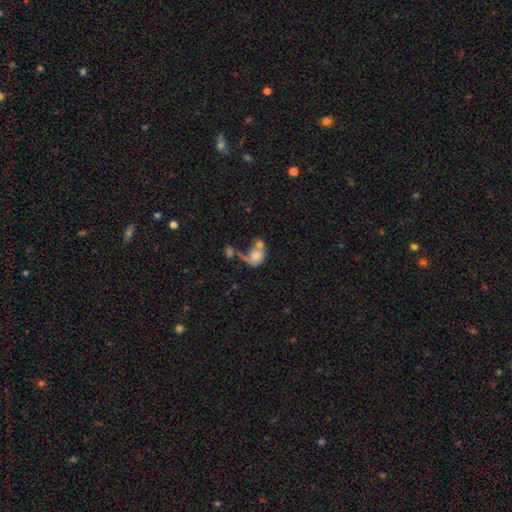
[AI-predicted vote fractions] Smooth or featured? smooth (65%)
How rounded? in between (60%)
Merging? merger (53%)